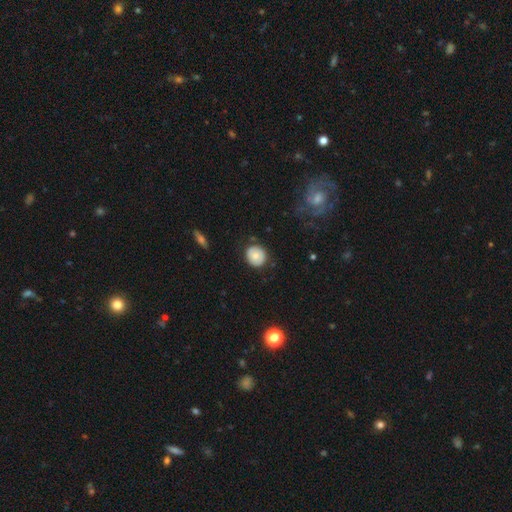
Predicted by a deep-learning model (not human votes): Morphology: type=smooth (73%); roundness=round (86%); merging=none (79%).